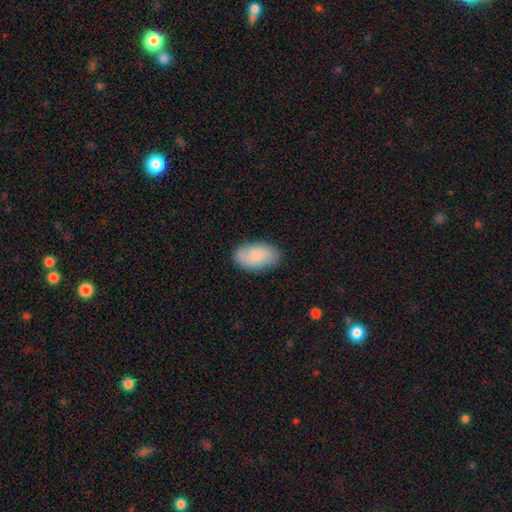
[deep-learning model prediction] Morphology: type=smooth (80%); roundness=in between (95%); merging=none (84%).